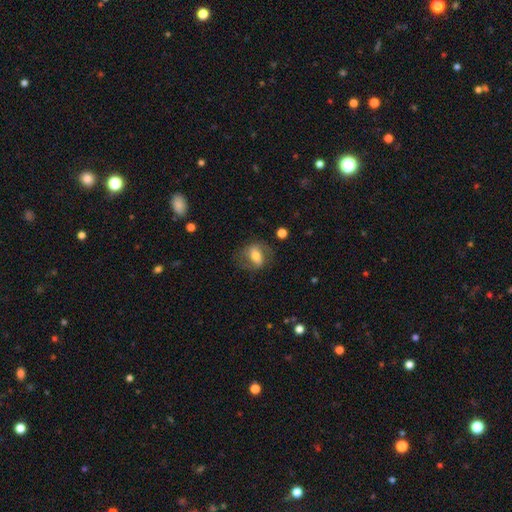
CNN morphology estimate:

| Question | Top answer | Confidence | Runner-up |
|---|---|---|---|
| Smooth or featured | smooth | 52% | featured or disk (40%) |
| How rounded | in between | 67% | round (29%) |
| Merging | none | 64% | minor disturbance (20%) |